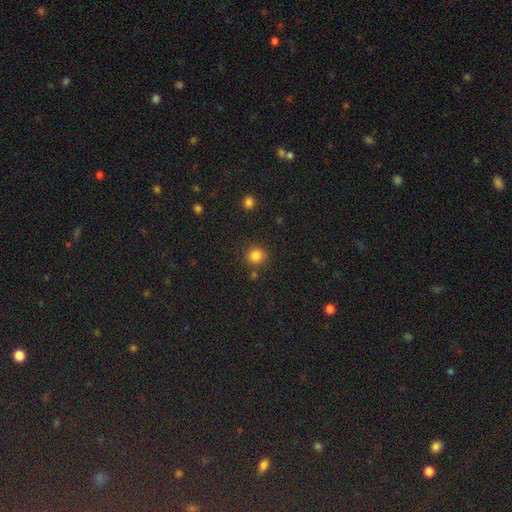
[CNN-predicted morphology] This appears to be a smooth galaxy with no disk features (83%) that is round (90%). Merging: none (84%).